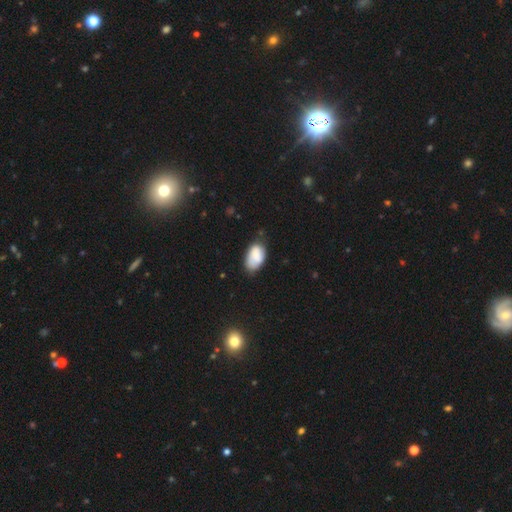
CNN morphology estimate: Overall: smooth (80%). How rounded: in between (93%). Merging: none (57%; minor disturbance 32%).